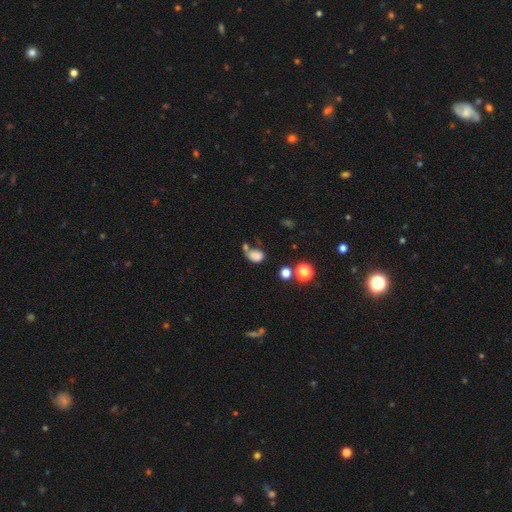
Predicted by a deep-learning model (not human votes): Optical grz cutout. It shows a smooth galaxy with no disk features (77%) that is in between round and cigar-shaped (71%). Merging: none (36%).